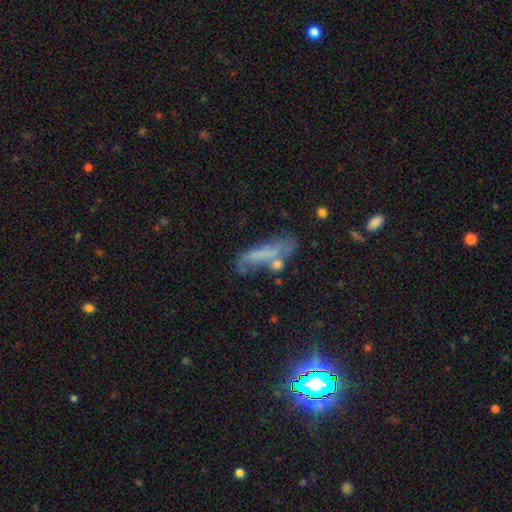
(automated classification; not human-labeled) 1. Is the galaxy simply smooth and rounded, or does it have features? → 50% smooth, 41% featured or disk, 10% star or artifact.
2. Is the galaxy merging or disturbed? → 31% none, 24% major disturbance, 23% merger, 22% minor disturbance.